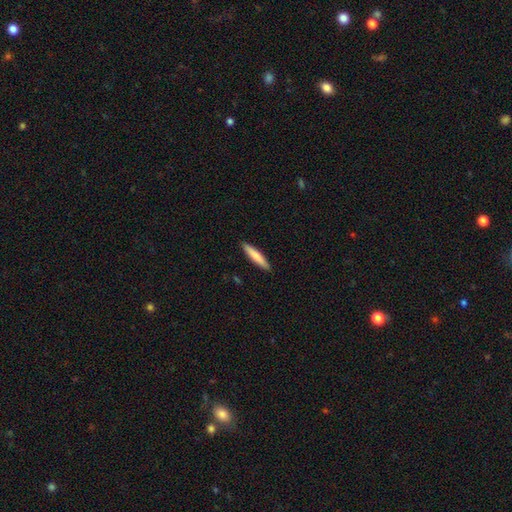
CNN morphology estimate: Smooth or featured?
  - smooth: 77% *
  - featured or disk: 18%
  - star or artifact: 5%
How rounded?
  - cigar-shaped: 90% *
  - in between: 9%
  - round: 1%
Merging?
  - none: 91% *
  - minor disturbance: 6%
  - major disturbance: 1%
  - merger: 1%